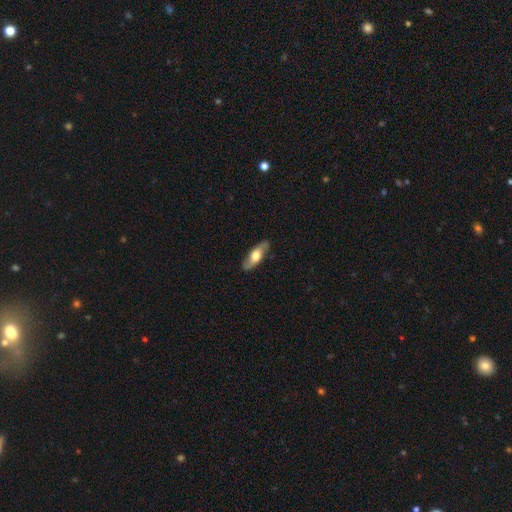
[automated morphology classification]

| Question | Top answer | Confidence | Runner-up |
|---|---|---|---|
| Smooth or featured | featured or disk | 51% | smooth (43%) |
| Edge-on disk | no | 62% | yes (38%) |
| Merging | none | 84% | minor disturbance (12%) |